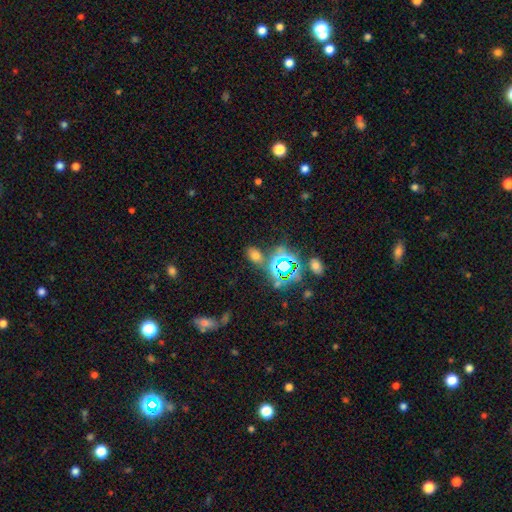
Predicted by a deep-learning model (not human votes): Overall: smooth (55%; star or artifact 37%). How rounded: in between (75%). Merging: none (72%).